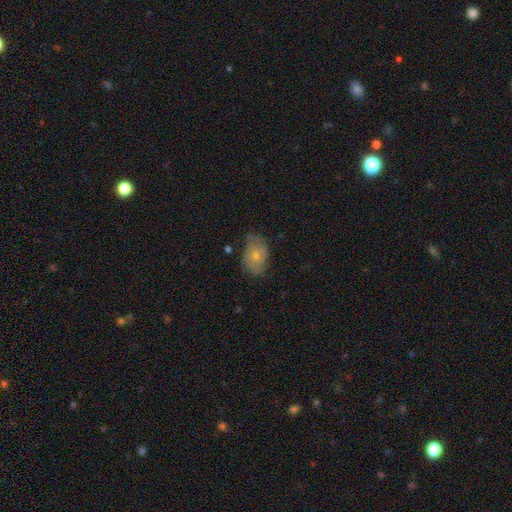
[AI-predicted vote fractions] smooth 65%, featured or disk 27%, star or artifact 8%. Down the decision tree: how rounded — in between (81%); merging — none (58%).